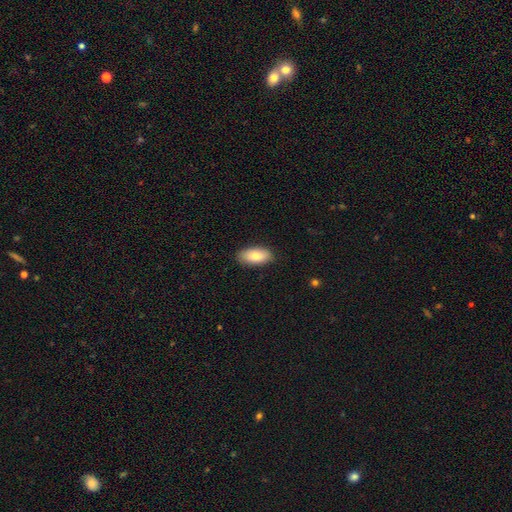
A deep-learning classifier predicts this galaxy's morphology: smooth-or-featured: smooth: 79% | featured or disk: 14% | star or artifact: 6%
  how-rounded: in between: 91% | cigar-shaped: 6% | round: 3%
  merging: none: 87% | minor disturbance: 10% | major disturbance: 2% | merger: 1%